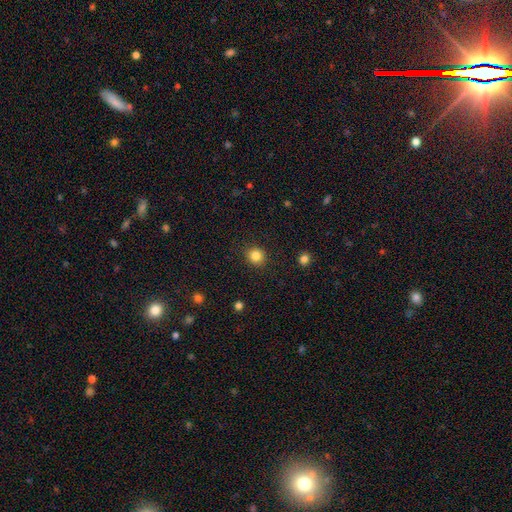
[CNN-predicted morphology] Q: Smooth or featured?
A: smooth (84%); runner-up: star or artifact (11%)
Q: How rounded?
A: round (89%); runner-up: in between (10%)
Q: Merging?
A: none (91%); runner-up: minor disturbance (6%)